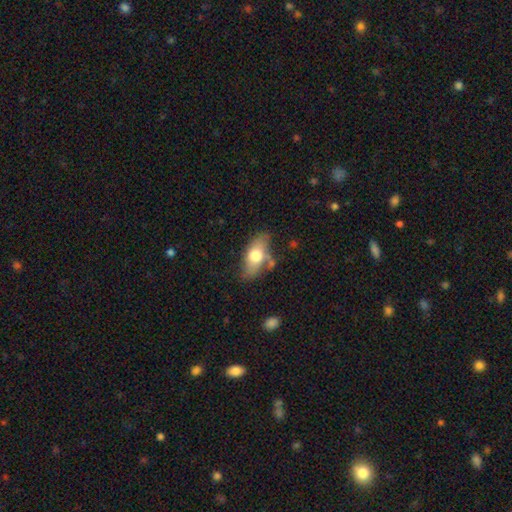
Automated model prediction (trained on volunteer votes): The model was most divided on "merging": none: 57%, minor disturbance: 25%, merger: 10%, major disturbance: 9%. More confident: how rounded — in between (87%); smooth or featured — smooth (66%).